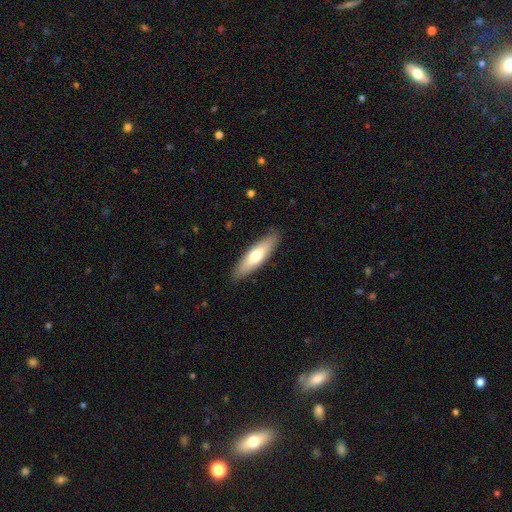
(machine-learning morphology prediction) Smooth or featured?
  - smooth: 64% *
  - featured or disk: 30%
  - star or artifact: 5%
How rounded?
  - cigar-shaped: 62% *
  - in between: 37%
  - round: 2%
Merging?
  - none: 88% *
  - minor disturbance: 9%
  - major disturbance: 2%
  - merger: 1%